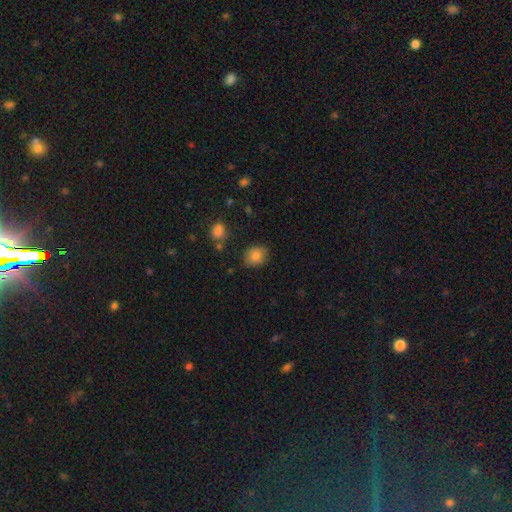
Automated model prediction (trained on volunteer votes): smooth_or_featured: smooth (p=0.84) [alt: star or artifact p=0.09]
how_rounded: round (p=0.56) [alt: in between p=0.43]
merging: none (p=0.80) [alt: minor disturbance p=0.14]